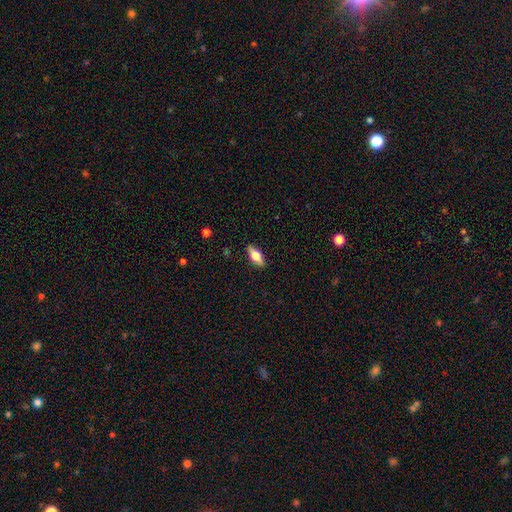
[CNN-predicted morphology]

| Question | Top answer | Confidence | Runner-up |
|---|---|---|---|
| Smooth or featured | smooth | 56% | featured or disk (37%) |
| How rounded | in between | 73% | cigar-shaped (23%) |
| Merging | none | 88% | minor disturbance (9%) |